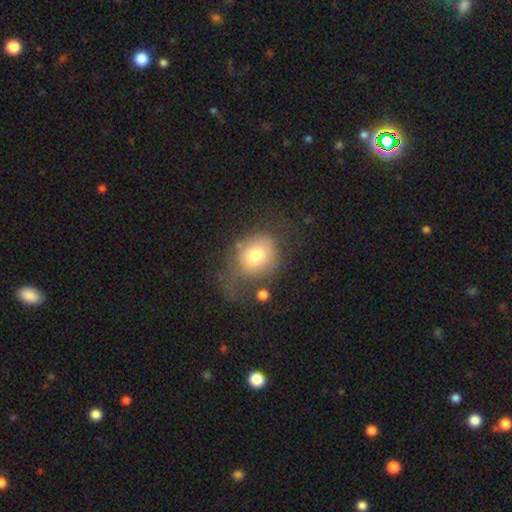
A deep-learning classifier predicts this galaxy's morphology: This appears to be a smooth galaxy with no disk features (71%) that is round (68%). Merging: none (38%).